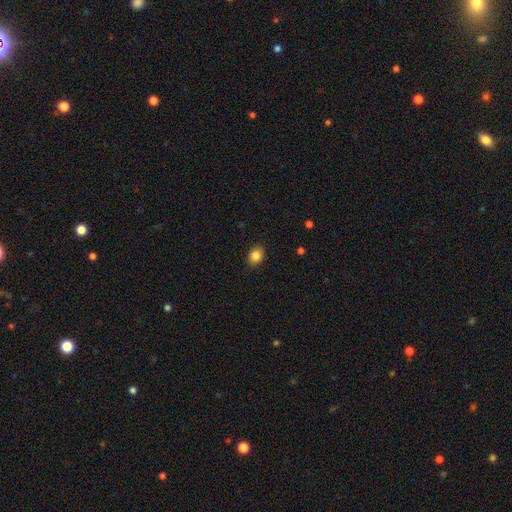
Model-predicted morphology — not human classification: smooth-or-featured: smooth: 85% | star or artifact: 9% | featured or disk: 5%
  how-rounded: in between: 55% | round: 45% | cigar-shaped: 1%
  merging: none: 89% | minor disturbance: 8% | major disturbance: 2% | merger: 1%